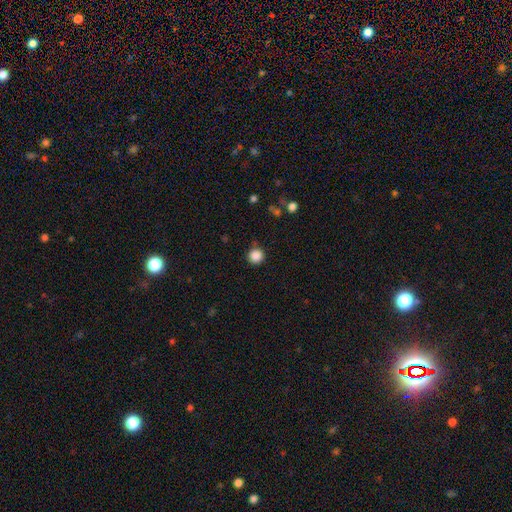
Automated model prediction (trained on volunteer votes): This is clearly a smooth galaxy (87%). How rounded: clearly round (95%). Merging: clearly none (87%).